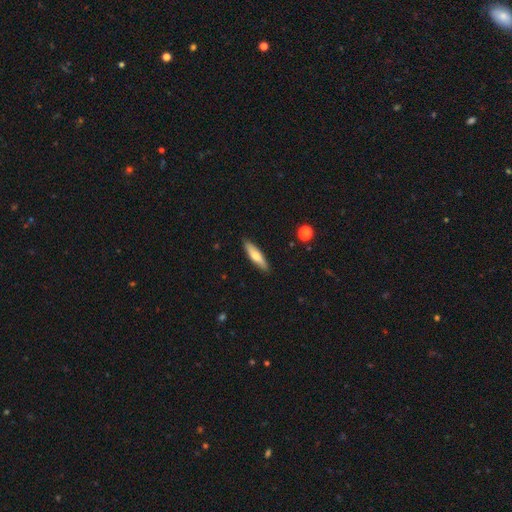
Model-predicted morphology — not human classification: Q: Smooth or featured?
A: smooth (59%); runner-up: featured or disk (35%)
Q: How rounded?
A: cigar-shaped (75%); runner-up: in between (23%)
Q: Merging?
A: none (89%); runner-up: minor disturbance (8%)